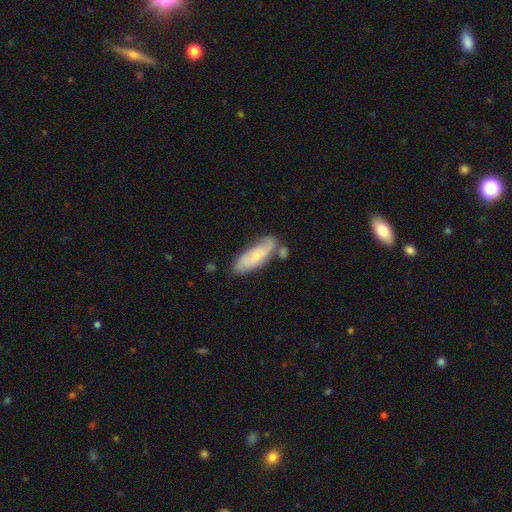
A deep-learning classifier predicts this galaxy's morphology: Smooth or featured?
  - smooth: 53% *
  - featured or disk: 41%
  - star or artifact: 6%
How rounded?
  - in between: 64% *
  - cigar-shaped: 34%
  - round: 2%
Merging?
  - none: 58% *
  - minor disturbance: 22%
  - merger: 14%
  - major disturbance: 6%